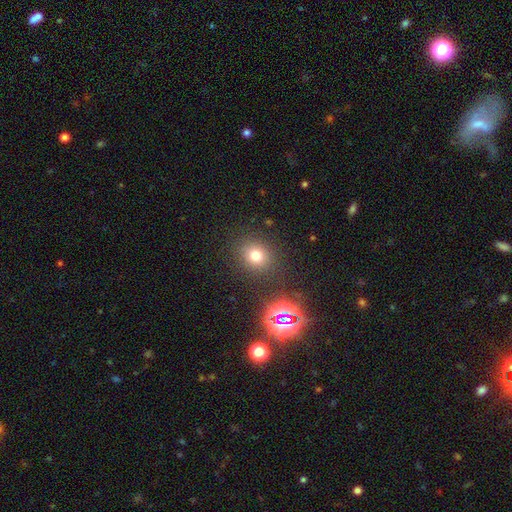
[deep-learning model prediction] smooth 71%, star or artifact 21%, featured or disk 8%. Down the decision tree: how rounded — round (83%); merging — none (86%).